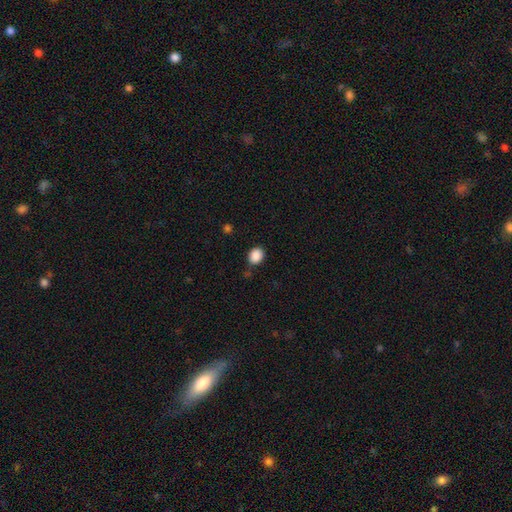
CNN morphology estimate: Smooth or featured? Predicted: smooth (p=0.88). How rounded? Predicted: round (p=0.51). Merging? Predicted: none (p=0.80).